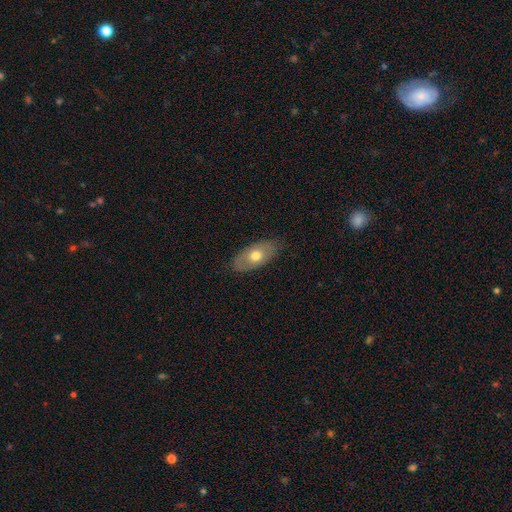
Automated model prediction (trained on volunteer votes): A smooth galaxy with no disk features (62%) that is in between round and cigar-shaped (90%). Merging: none (81%).